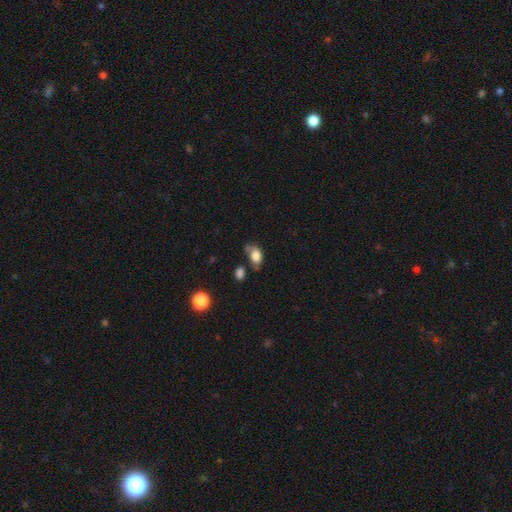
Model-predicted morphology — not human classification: This appears to be a smooth galaxy with no disk features (79%) that is in between round and cigar-shaped (84%). Merging: none (39%).